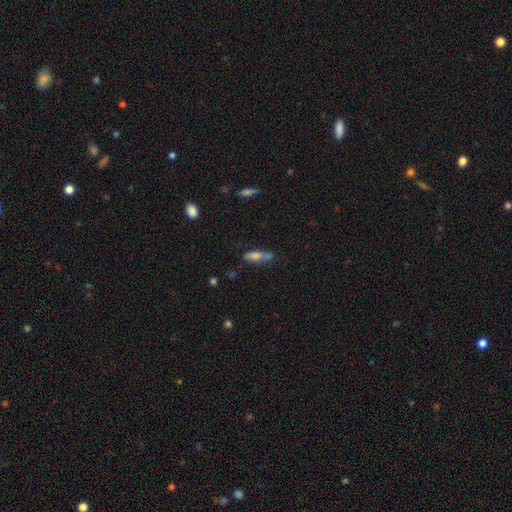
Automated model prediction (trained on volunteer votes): A smooth galaxy with no disk features (59%) that is in between round and cigar-shaped (50%).

Vote fractions:
- Smooth or featured? smooth: 59% / featured or disk: 30% / star or artifact: 11%
- How rounded? in between: 50% / cigar-shaped: 47% / round: 3%
- Merging? none: 53% / minor disturbance: 24% / merger: 14% / major disturbance: 9%